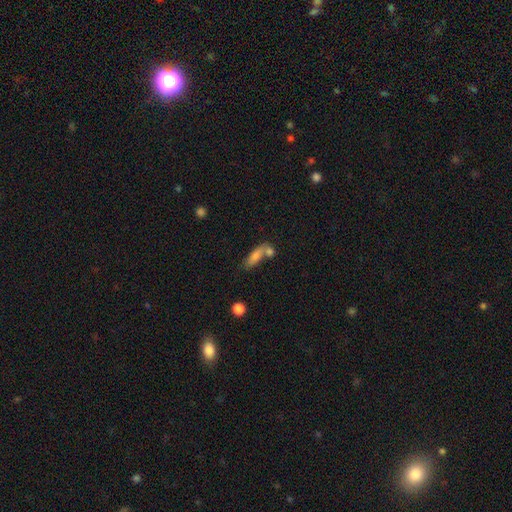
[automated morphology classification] type=smooth (73%); roundness=in between (55%); merging=none (41%, tied with merger).